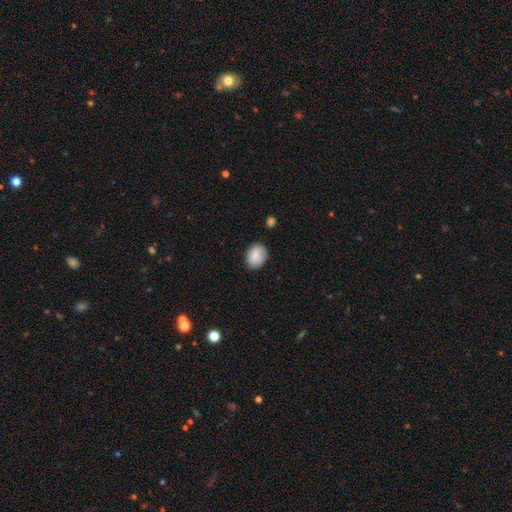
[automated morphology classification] This is clearly a smooth galaxy (84%). How rounded: likely in between (62%). Merging: clearly none (80%).